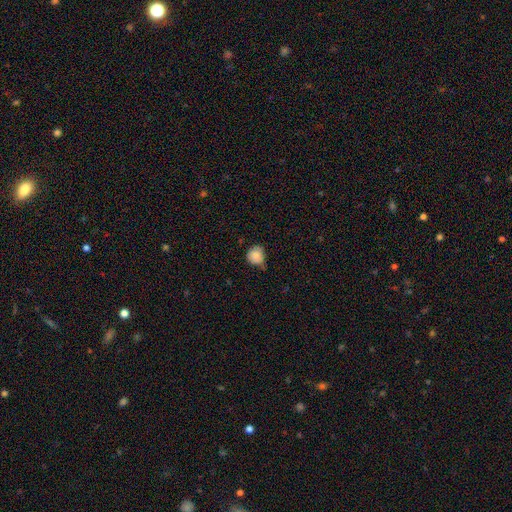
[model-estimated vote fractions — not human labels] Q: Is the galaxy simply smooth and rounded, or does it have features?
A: smooth — 84%.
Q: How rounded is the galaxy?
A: round — 88%.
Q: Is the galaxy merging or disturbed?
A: none — 58%.